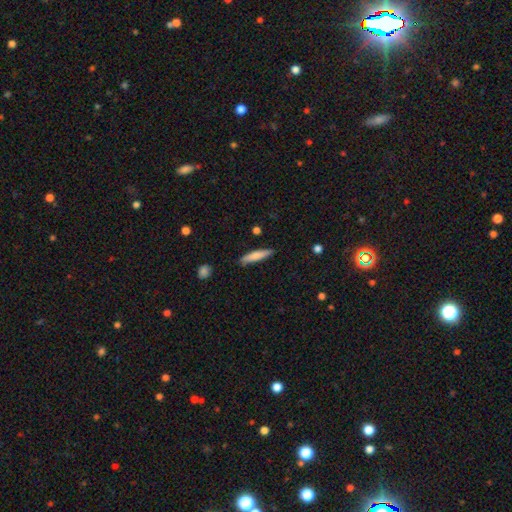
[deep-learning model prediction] The model was most divided on "smooth or featured": smooth: 76%, featured or disk: 19%, star or artifact: 6%. More confident: how rounded — cigar-shaped (86%); merging — none (86%).